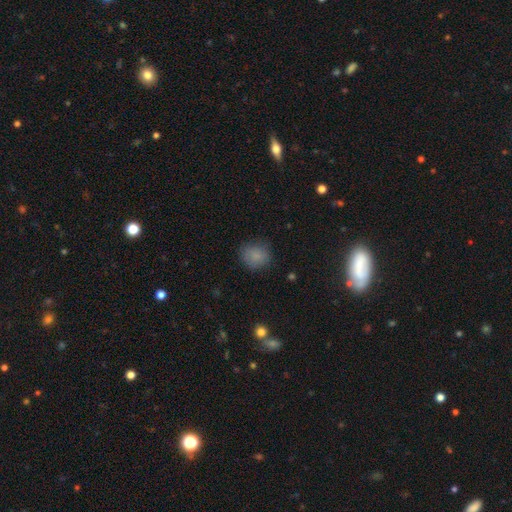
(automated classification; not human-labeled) Smooth or featured?
  - smooth: 83% *
  - star or artifact: 11%
  - featured or disk: 7%
How rounded?
  - round: 79% *
  - in between: 20%
  - cigar-shaped: 1%
Merging?
  - none: 78% *
  - minor disturbance: 16%
  - major disturbance: 4%
  - merger: 1%